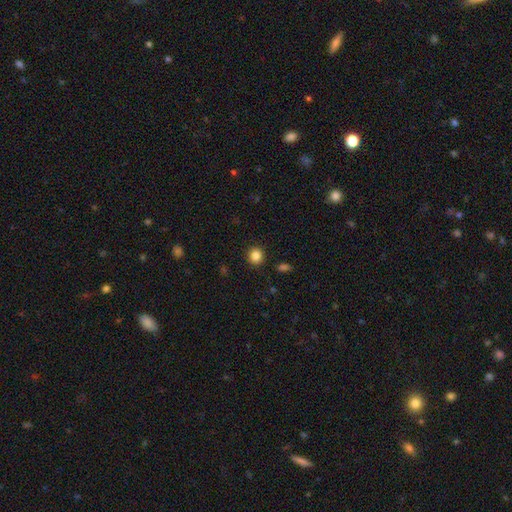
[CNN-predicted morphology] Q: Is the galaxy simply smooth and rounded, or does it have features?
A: smooth — 85%.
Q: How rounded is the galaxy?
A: round — 88%.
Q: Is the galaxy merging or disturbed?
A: none — 91%.